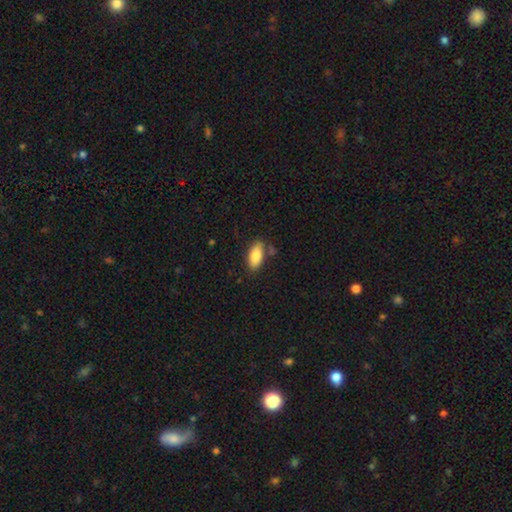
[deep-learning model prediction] A smooth galaxy with no disk features (82%) that is in between round and cigar-shaped (89%). Merging: none (75%).